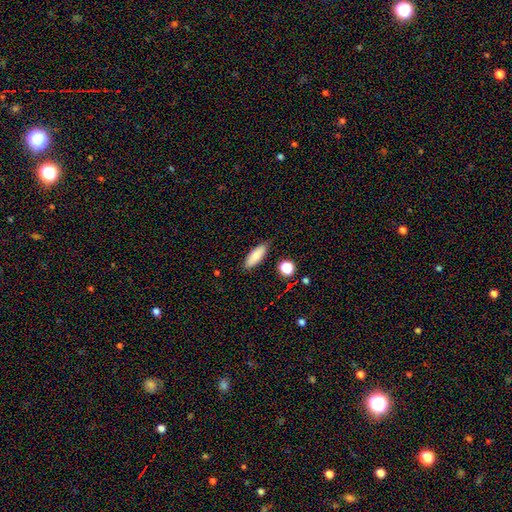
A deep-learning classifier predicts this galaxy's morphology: smooth 82%, featured or disk 10%, star or artifact 8%. Down the decision tree: how rounded — in between (68%); merging — none (80%).